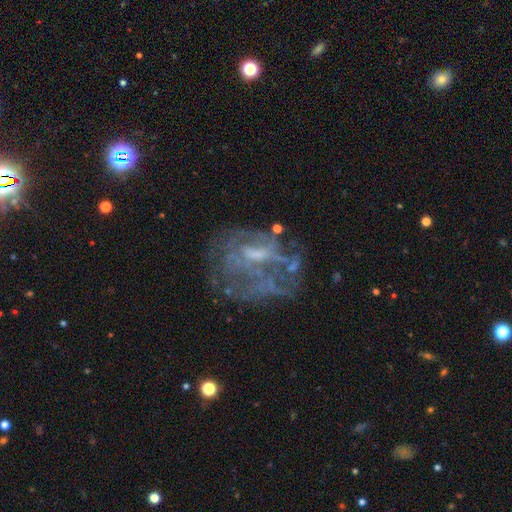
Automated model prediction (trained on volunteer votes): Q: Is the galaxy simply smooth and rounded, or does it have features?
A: featured or disk — 68%.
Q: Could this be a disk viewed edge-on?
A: no — 97%.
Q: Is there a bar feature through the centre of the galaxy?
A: no — 53%.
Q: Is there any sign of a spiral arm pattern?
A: no — 64%.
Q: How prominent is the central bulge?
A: small — 36%.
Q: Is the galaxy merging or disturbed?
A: none — 45%.